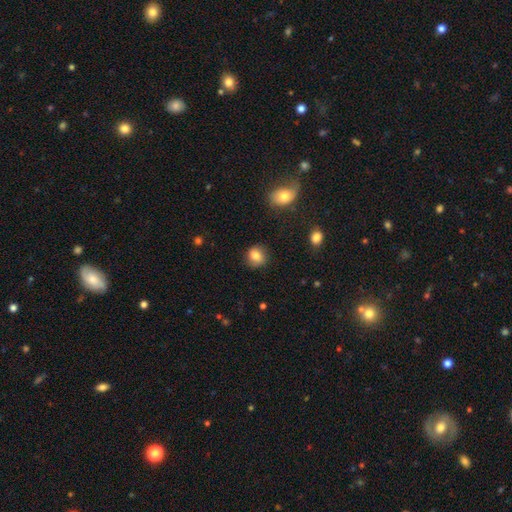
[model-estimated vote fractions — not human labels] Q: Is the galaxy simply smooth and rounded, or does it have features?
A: smooth — 81%.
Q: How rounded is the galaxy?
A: round — 83%.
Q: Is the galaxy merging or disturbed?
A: none — 85%.